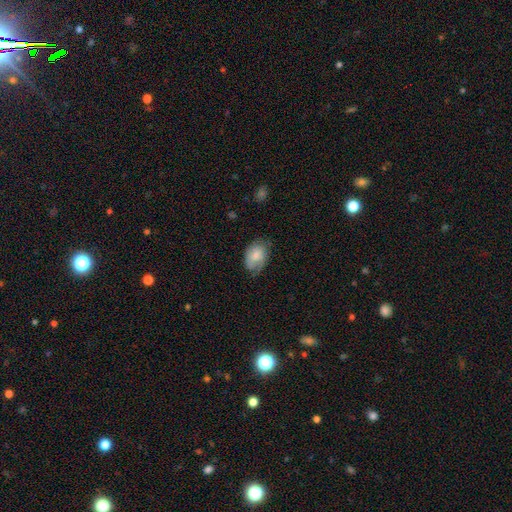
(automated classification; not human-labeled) Smooth or featured: smooth — 73% (featured or disk — 21%)
How rounded: in between — 84% (round — 15%)
Merging: none — 60% (minor disturbance — 30%)